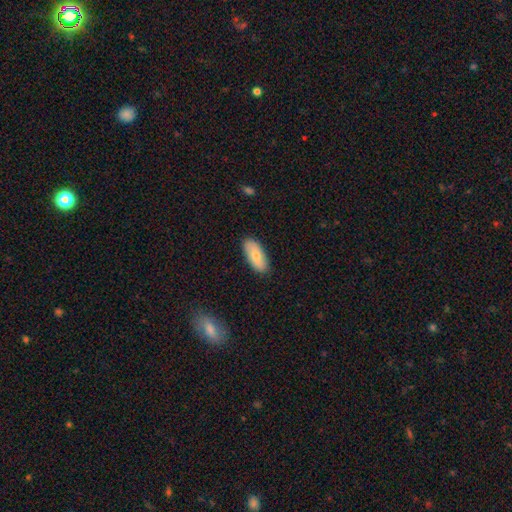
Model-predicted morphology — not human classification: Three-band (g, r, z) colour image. It shows a smooth galaxy with no disk features (74%) that is in between round and cigar-shaped (85%). Merging: none (86%).